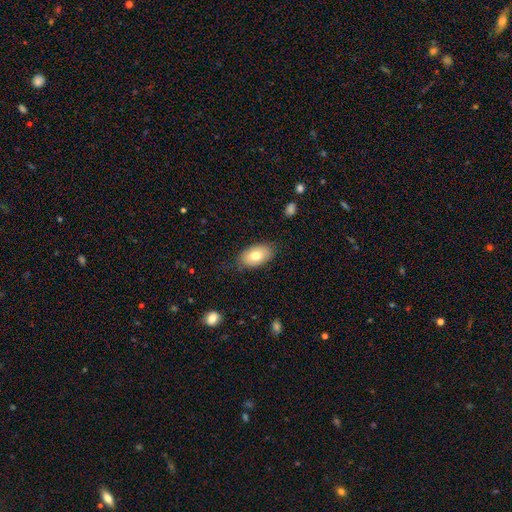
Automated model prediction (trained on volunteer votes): smooth-or-featured: smooth: 75% | featured or disk: 18% | star or artifact: 7%
  how-rounded: in between: 92% | round: 6% | cigar-shaped: 1%
  merging: none: 80% | minor disturbance: 15% | major disturbance: 4% | merger: 1%